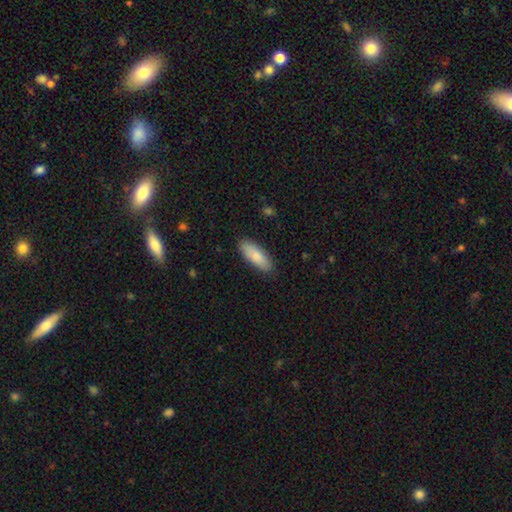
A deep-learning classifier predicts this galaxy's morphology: Smooth or featured?
  - smooth: 83% *
  - featured or disk: 12%
  - star or artifact: 6%
How rounded?
  - in between: 70% *
  - cigar-shaped: 28%
  - round: 2%
Merging?
  - none: 87% *
  - minor disturbance: 10%
  - major disturbance: 2%
  - merger: 1%